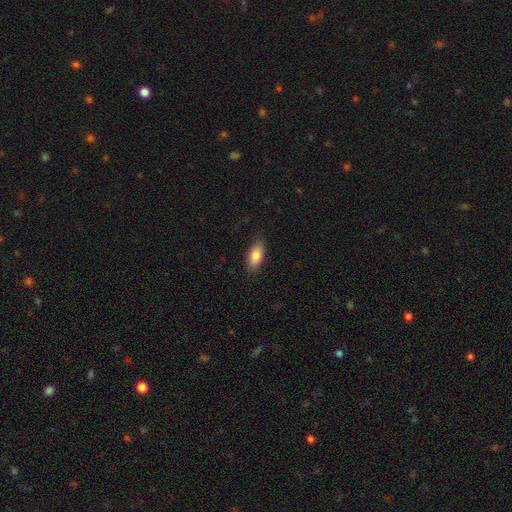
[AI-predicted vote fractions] Smooth or featured? smooth (82%)
How rounded? in between (87%)
Merging? none (84%)